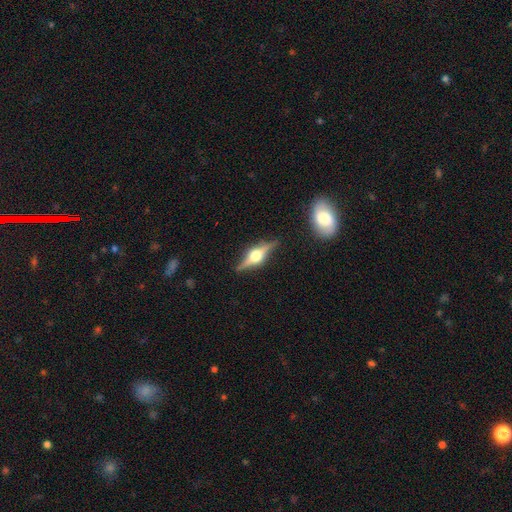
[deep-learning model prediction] smooth_or_featured: featured or disk (p=0.82) [alt: smooth p=0.12]
disk_edge_on: yes (p=0.97) [alt: no p=0.03]
edge_on_bulge: rounded (p=0.94) [alt: boxy p=0.05]
merging: none (p=0.87) [alt: minor disturbance p=0.09]